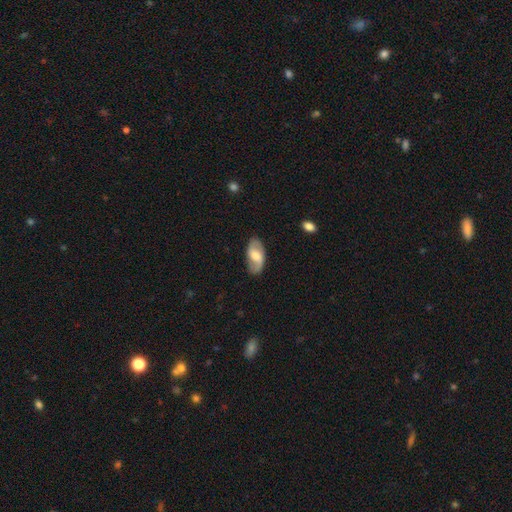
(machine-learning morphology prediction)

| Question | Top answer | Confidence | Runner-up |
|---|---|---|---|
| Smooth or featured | featured or disk | 52% | smooth (42%) |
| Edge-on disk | no | 92% | yes (8%) |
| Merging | none | 80% | minor disturbance (15%) |